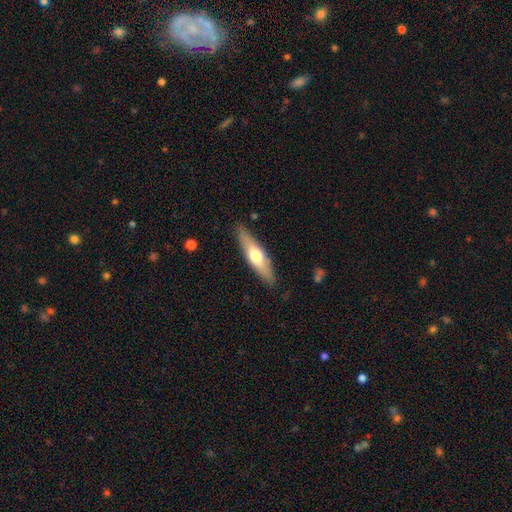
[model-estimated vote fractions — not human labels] Morphology: type=smooth (52%); roundness=cigar-shaped (67%); merging=none (86%).